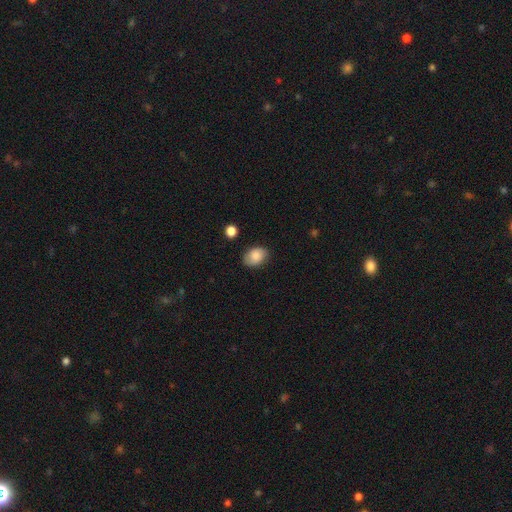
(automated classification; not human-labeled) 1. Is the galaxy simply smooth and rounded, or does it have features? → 84% smooth, 9% featured or disk, 8% star or artifact.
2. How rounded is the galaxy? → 78% in between, 21% round, 1% cigar-shaped.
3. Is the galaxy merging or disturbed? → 81% none, 14% minor disturbance, 3% major disturbance, 2% merger.